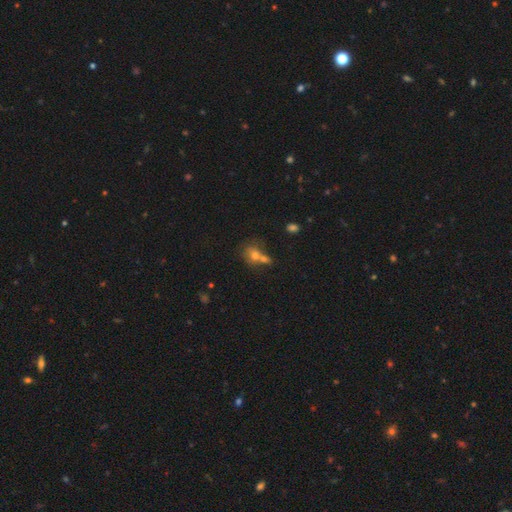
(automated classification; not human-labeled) A smooth galaxy with no disk features (70%) that is round (60%).

Vote fractions:
- Smooth or featured? smooth: 70% / featured or disk: 17% / star or artifact: 13%
- How rounded? round: 60% / in between: 38% / cigar-shaped: 2%
- Merging? merger: 55% / none: 29% / minor disturbance: 10% / major disturbance: 6%